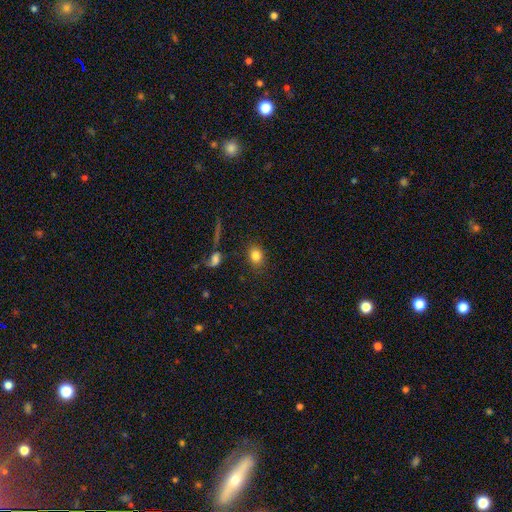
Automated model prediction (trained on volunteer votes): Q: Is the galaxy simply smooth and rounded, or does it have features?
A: smooth — 83%.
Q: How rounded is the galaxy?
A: in between — 54%.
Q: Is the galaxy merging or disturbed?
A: none — 84%.